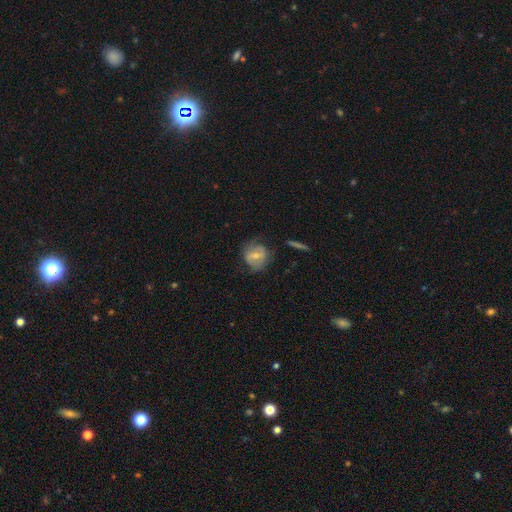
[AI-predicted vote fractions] Overall: smooth (48%; featured or disk 44%). Merging: none (62%; minor disturbance 24%).